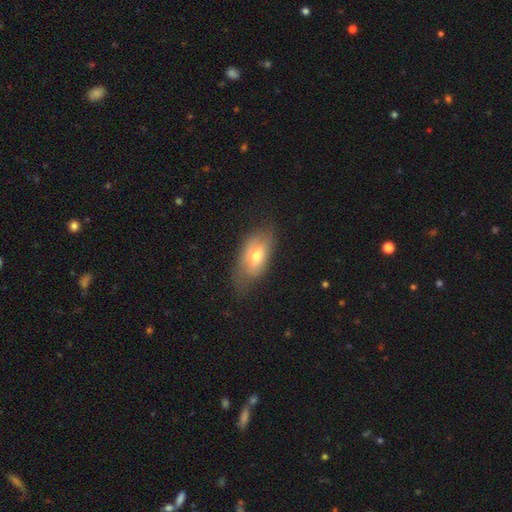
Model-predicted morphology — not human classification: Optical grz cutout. It shows a smooth galaxy with no disk features (62%) that is in between round and cigar-shaped (90%). Merging: none (64%).